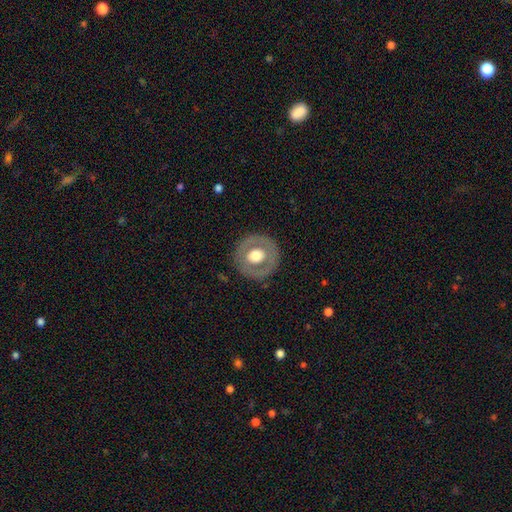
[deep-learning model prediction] A smooth galaxy with no disk features (48%). Merging: none (85%).